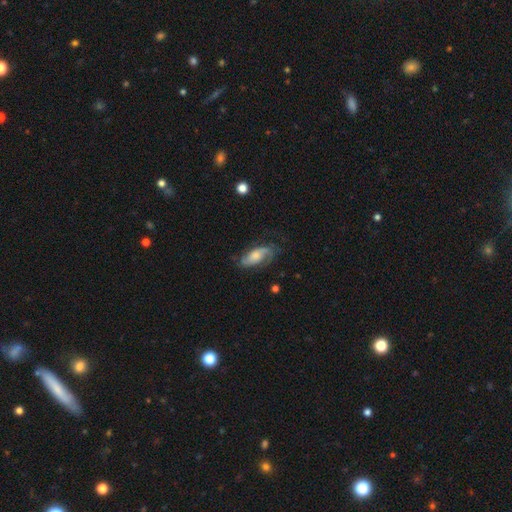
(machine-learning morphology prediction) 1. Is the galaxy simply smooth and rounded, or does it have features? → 63% featured or disk, 30% smooth, 7% star or artifact.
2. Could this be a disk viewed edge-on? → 91% no, 9% yes.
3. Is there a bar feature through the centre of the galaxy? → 66% no, 28% weak, 6% strong.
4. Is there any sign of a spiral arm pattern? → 90% yes, 10% no.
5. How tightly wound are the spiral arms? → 43% medium, 30% loose, 27% tight.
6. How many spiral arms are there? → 71% 2, 15% can't tell, 7% 1, 4% 3, 2% 4, 1% more than 4.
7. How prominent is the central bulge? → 38% moderate, 25% small, 21% large, 13% none, 3% dominant.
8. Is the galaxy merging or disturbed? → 61% none, 24% minor disturbance, 14% major disturbance, 2% merger.